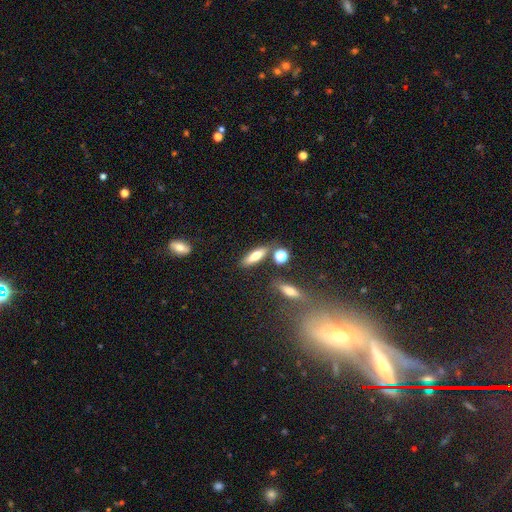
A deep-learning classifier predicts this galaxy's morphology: Smooth or featured? smooth (73%)
How rounded? cigar-shaped (55%)
Merging? none (76%)